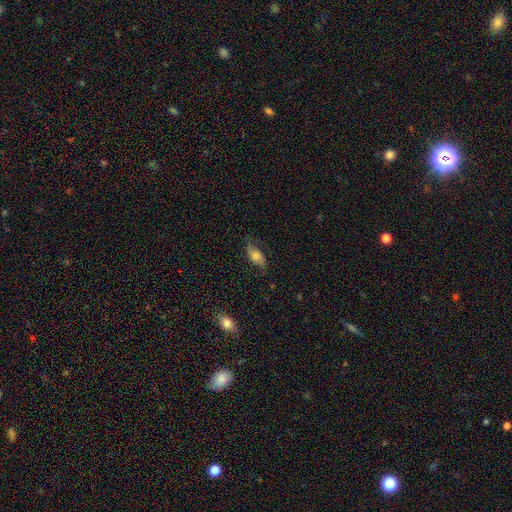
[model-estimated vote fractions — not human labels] smooth 54%, featured or disk 38%, star or artifact 9%. Down the decision tree: how rounded — in between (84%); merging — none (66%).